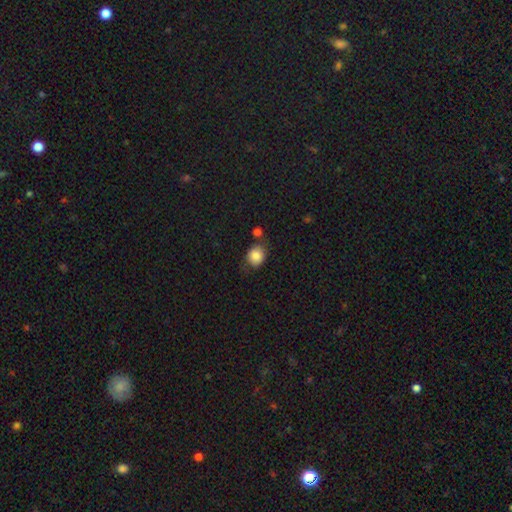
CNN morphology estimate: Smooth or featured? smooth (84%)
How rounded? round (63%)
Merging? none (64%)